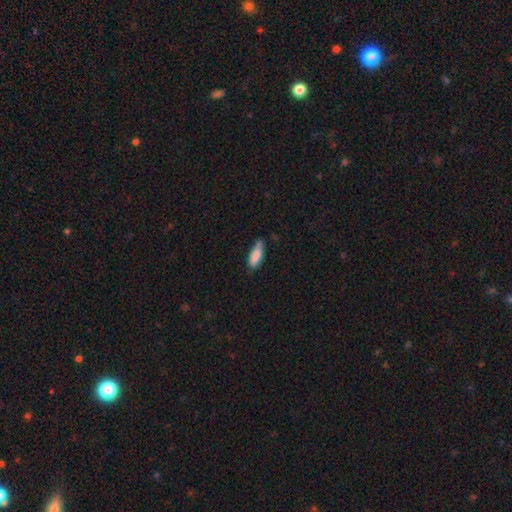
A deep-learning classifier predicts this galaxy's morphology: The model was most divided on "how rounded": in between: 59%, cigar-shaped: 39%, round: 2%. More confident: smooth or featured — smooth (85%); merging — none (72%).